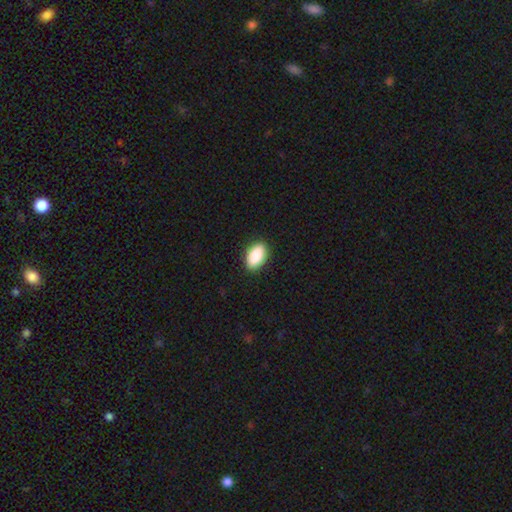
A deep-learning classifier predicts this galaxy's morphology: Q: Smooth or featured?
A: smooth (84%); runner-up: featured or disk (9%)
Q: How rounded?
A: in between (89%); runner-up: round (6%)
Q: Merging?
A: none (89%); runner-up: minor disturbance (8%)